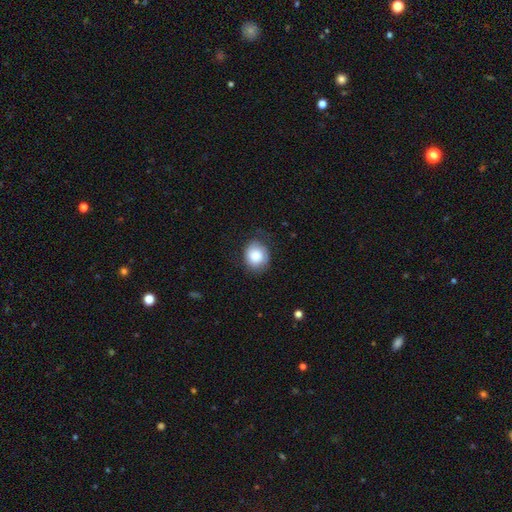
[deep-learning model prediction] Q: Smooth or featured?
A: smooth (80%); runner-up: featured or disk (13%)
Q: How rounded?
A: round (64%); runner-up: in between (35%)
Q: Merging?
A: none (69%); runner-up: minor disturbance (23%)